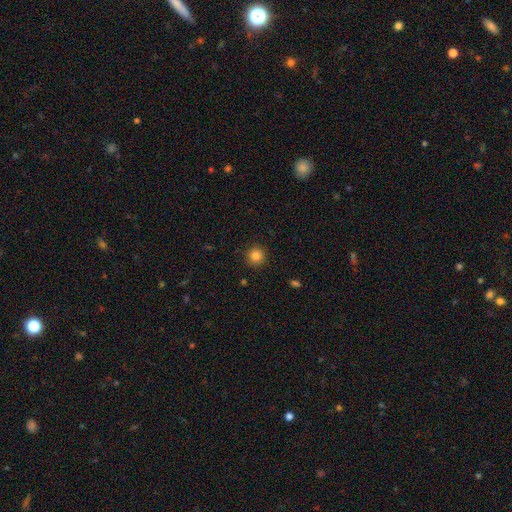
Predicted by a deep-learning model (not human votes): smooth_or_featured: smooth (p=0.84) [alt: star or artifact p=0.12]
how_rounded: round (p=0.94) [alt: in between p=0.05]
merging: none (p=0.91) [alt: minor disturbance p=0.06]